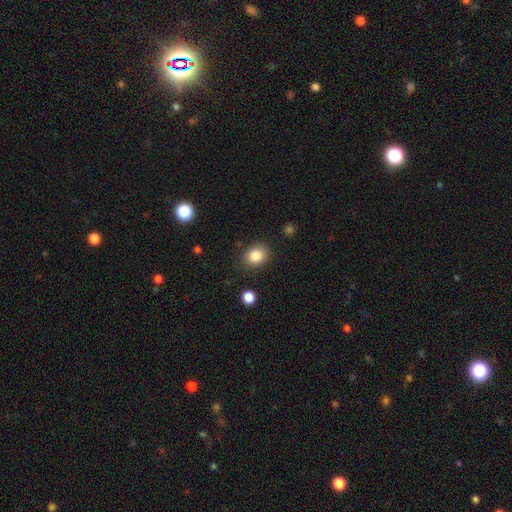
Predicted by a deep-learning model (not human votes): The model was most divided on "how rounded": round: 52%, in between: 47%, cigar-shaped: 1%. More confident: merging — none (84%); smooth or featured — smooth (84%).